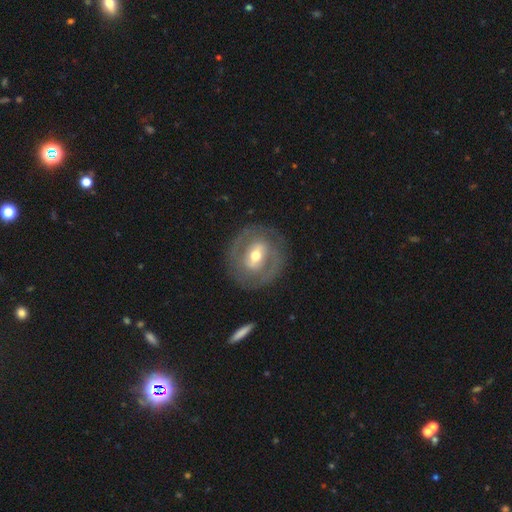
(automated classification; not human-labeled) Morphology: type=featured or disk (71%); edge-on=no (95%); bar=weak (41%); spiral arms=yes (61%); bulge=moderate (71%); merging=none (82%).